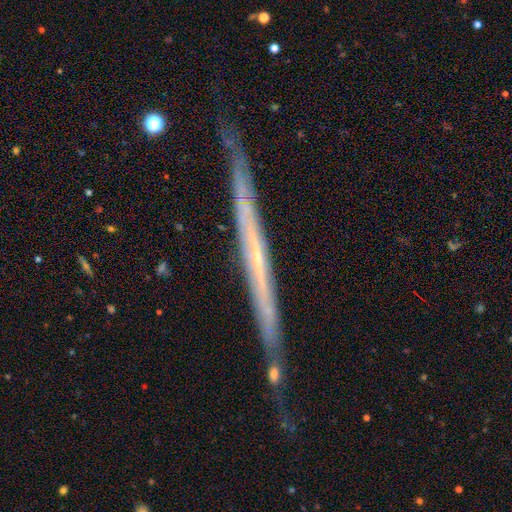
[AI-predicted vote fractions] This appears to be a featured or disk galaxy (72%) viewed edge-on (95%) with no central bulge (83%). Merging: none (81%).